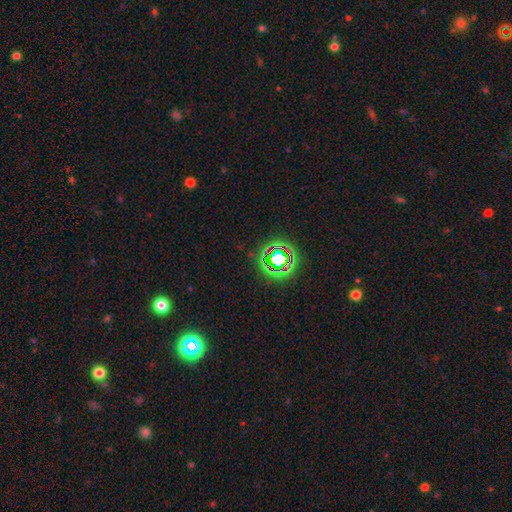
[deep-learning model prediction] Smooth or featured? Predicted: star or artifact (p=0.69).